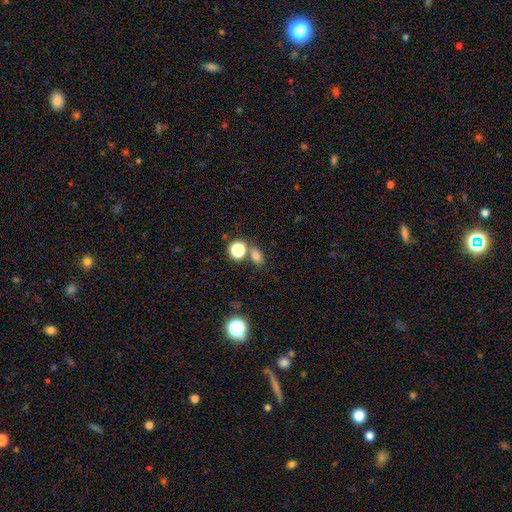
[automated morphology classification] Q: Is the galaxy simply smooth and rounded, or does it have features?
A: smooth — 74%.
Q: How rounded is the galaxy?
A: in between — 66%.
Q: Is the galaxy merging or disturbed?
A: none — 65%.